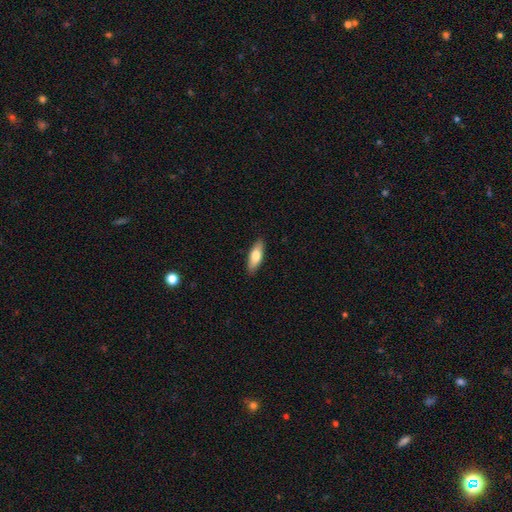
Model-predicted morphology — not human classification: Smooth or featured?
  - smooth: 71% *
  - featured or disk: 23%
  - star or artifact: 6%
How rounded?
  - in between: 64% *
  - cigar-shaped: 33%
  - round: 2%
Merging?
  - none: 88% *
  - minor disturbance: 9%
  - major disturbance: 2%
  - merger: 1%